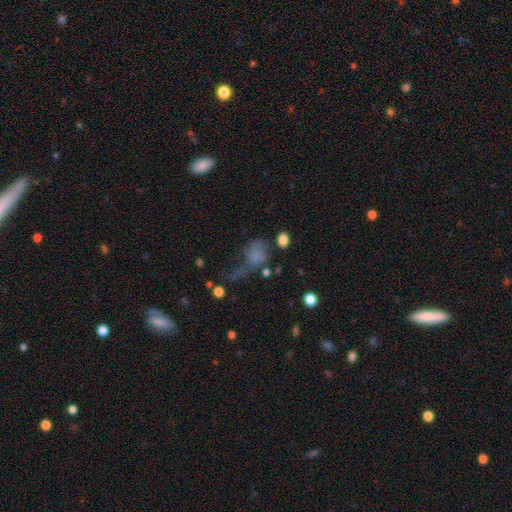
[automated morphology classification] smooth_or_featured: smooth (p=0.61) [alt: featured or disk p=0.21]
how_rounded: in between (p=0.65) [alt: round p=0.31]
merging: major disturbance (p=0.48) [alt: none p=0.22]